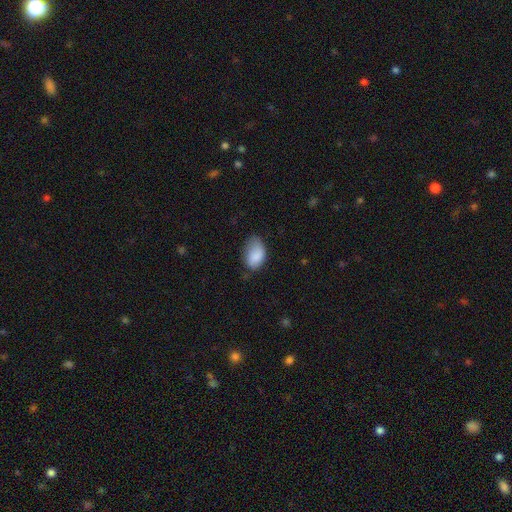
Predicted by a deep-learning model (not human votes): smooth_or_featured: smooth (p=0.85) [alt: featured or disk p=0.08]
how_rounded: in between (p=0.91) [alt: round p=0.08]
merging: none (p=0.51) [alt: minor disturbance p=0.37]